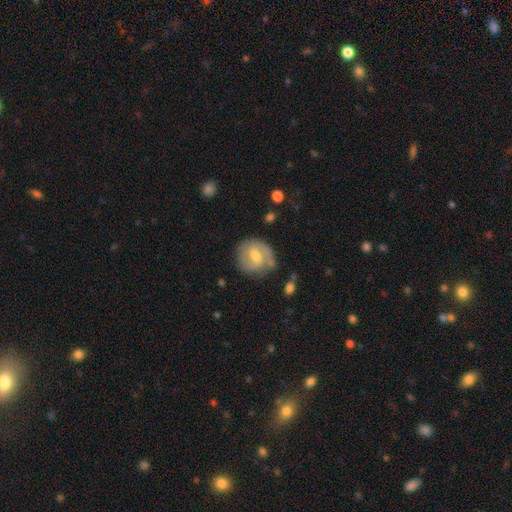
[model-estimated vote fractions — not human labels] The model was most divided on "spiral winding": medium: 44%, tight: 41%, loose: 16%. More confident: edge-on disk — no (97%); spiral arms — yes (88%); spiral arm count — 2 (76%); merging — none (71%); smooth or featured — featured or disk (70%); bulge size — moderate (58%); bar — weak (56%).